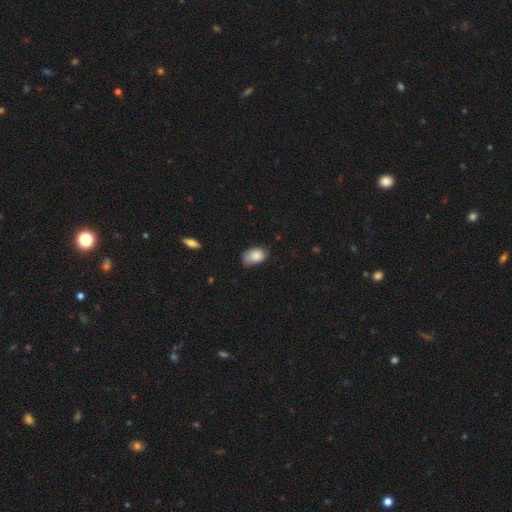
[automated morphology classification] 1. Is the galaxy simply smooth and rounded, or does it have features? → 83% smooth, 9% featured or disk, 7% star or artifact.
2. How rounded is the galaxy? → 87% in between, 12% round, 1% cigar-shaped.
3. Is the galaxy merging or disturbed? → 50% none, 39% minor disturbance, 9% major disturbance, 2% merger.